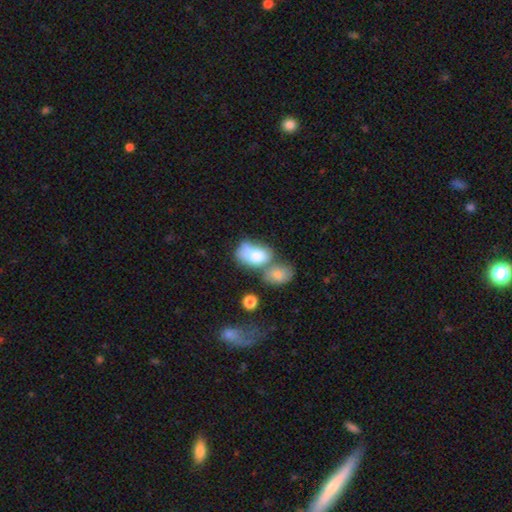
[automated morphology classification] type=smooth (71%); roundness=in between (80%); merging=merger (51%).